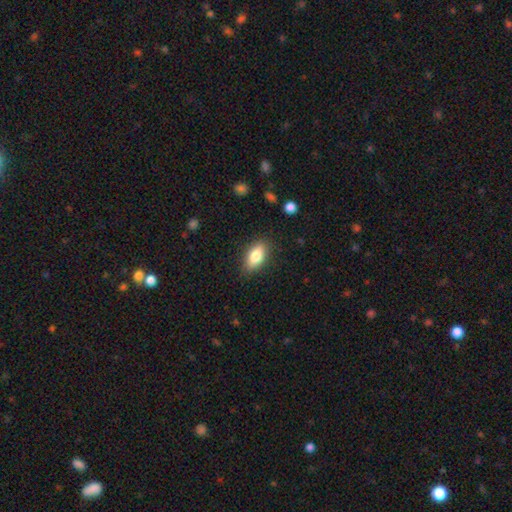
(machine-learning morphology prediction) Overall: smooth (81%). How rounded: in between (87%). Merging: none (85%).